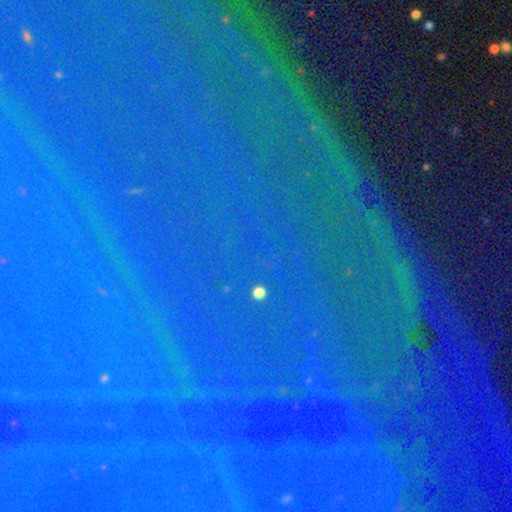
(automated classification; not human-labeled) A star or artifact, not a galaxy (82%).

Vote fractions:
- Smooth or featured? star or artifact: 82% / smooth: 9% / featured or disk: 8%